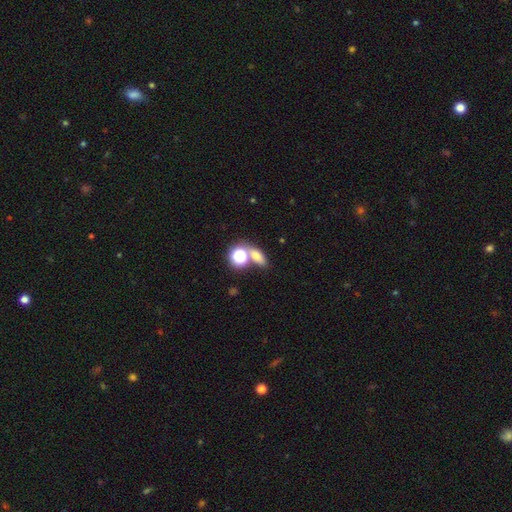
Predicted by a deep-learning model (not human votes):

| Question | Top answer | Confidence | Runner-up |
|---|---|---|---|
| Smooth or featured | smooth | 66% | star or artifact (21%) |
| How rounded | in between | 62% | round (28%) |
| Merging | none | 56% | merger (30%) |